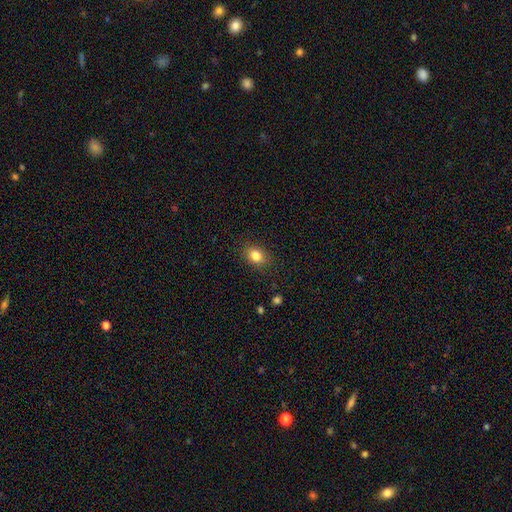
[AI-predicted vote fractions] Morphology: type=smooth (83%); roundness=in between (67%); merging=none (85%).